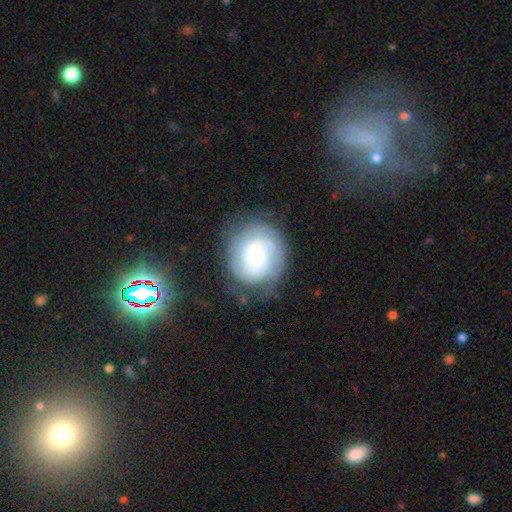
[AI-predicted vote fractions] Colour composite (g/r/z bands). It shows a featured or disk galaxy (71%) with no bar (72%), can't tell (34%, tied with 2) tight (65%) spiral arms (92%) and a small central bulge (48%). Merging: none (70%).